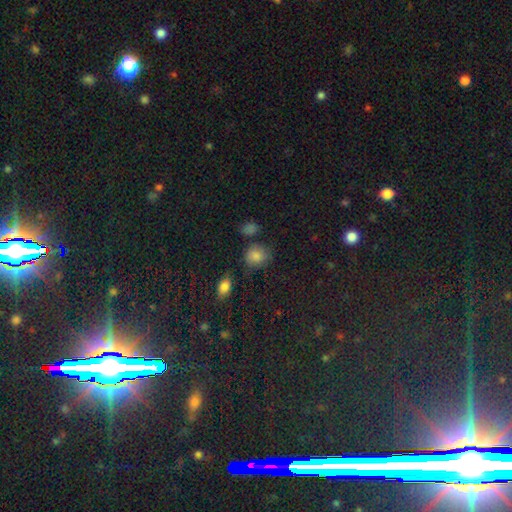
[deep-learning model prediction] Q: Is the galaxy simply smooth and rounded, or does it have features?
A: smooth — 81%.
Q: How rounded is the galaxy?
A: round — 69%.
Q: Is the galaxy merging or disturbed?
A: none — 68%.